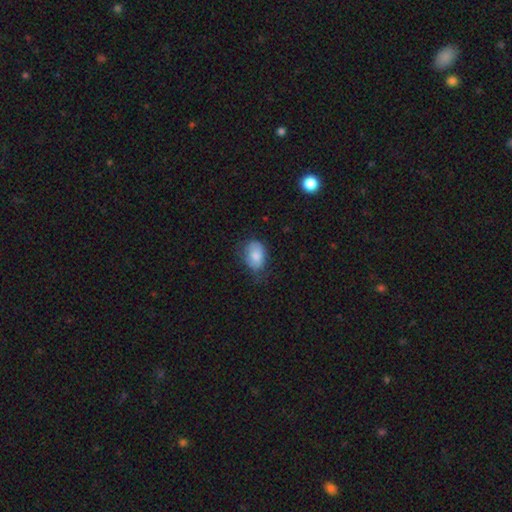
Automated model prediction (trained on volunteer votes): Smooth or featured: smooth — 81% (featured or disk — 12%)
How rounded: in between — 83% (round — 15%)
Merging: none — 57% (minor disturbance — 31%)